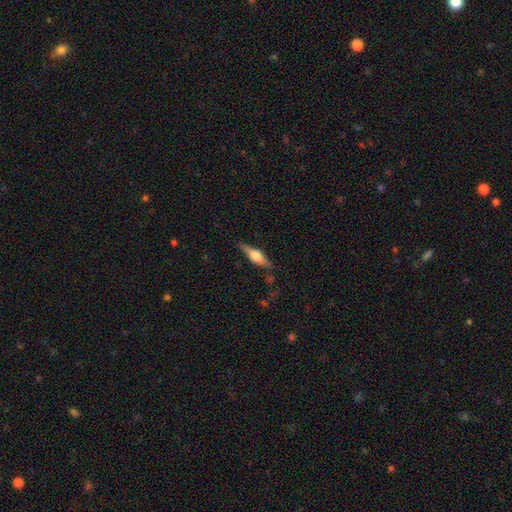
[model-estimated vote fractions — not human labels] Overall: featured or disk (61%; smooth 33%). Edge-on disk: yes (95%). Edge-on bulge: rounded (91%). Merging: none (84%).